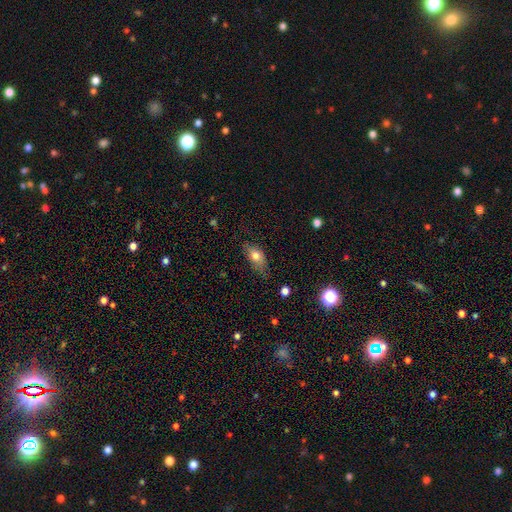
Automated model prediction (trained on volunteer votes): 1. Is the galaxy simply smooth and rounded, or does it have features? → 74% smooth, 17% featured or disk, 9% star or artifact.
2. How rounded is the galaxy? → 82% in between, 9% round, 9% cigar-shaped.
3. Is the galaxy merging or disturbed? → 61% none, 30% minor disturbance, 8% major disturbance, 2% merger.